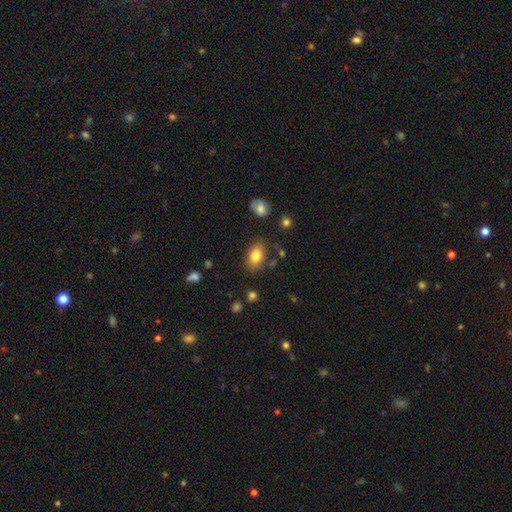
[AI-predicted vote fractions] This appears to be a smooth galaxy with no disk features (81%) that is in between round and cigar-shaped (87%). Merging: none (74%).